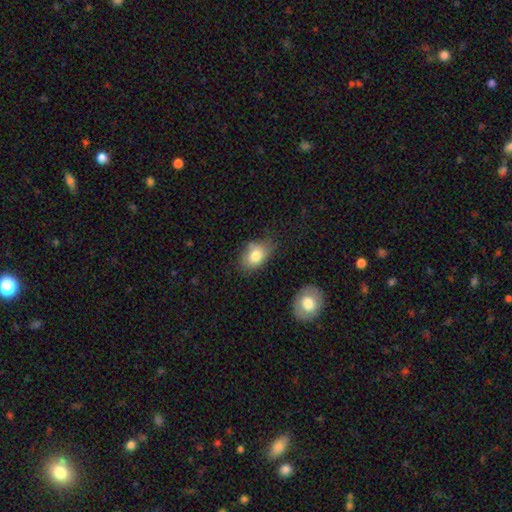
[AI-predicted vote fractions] smooth-or-featured: smooth: 78% | featured or disk: 13% | star or artifact: 9%
  how-rounded: in between: 76% | round: 23% | cigar-shaped: 1%
  merging: none: 59% | minor disturbance: 28% | major disturbance: 8% | merger: 6%